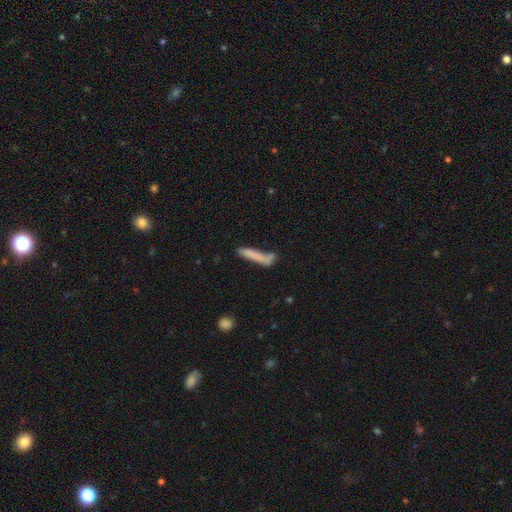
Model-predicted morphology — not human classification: A smooth galaxy with no disk features (73%) that is cigar-shaped (90%). Merging: none (53%).